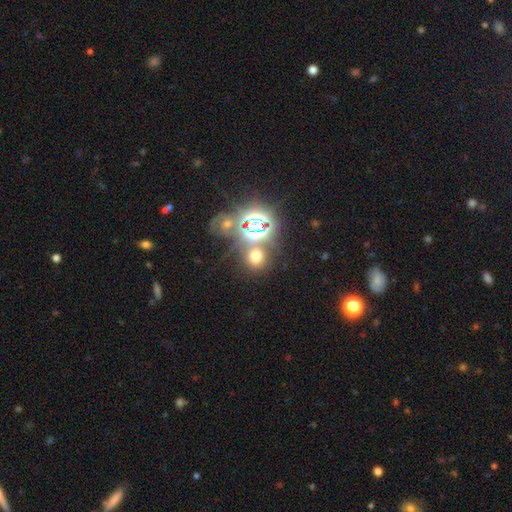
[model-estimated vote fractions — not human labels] smooth_or_featured: smooth (p=0.49) [alt: star or artifact p=0.41]
merging: none (p=0.66) [alt: merger p=0.17]